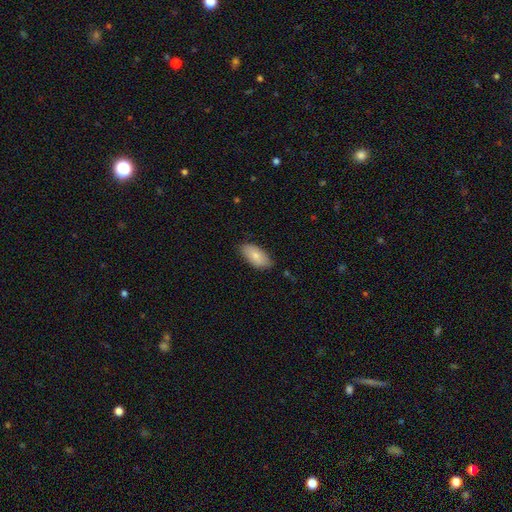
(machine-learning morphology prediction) Overall: smooth (82%). How rounded: in between (93%). Merging: none (78%).